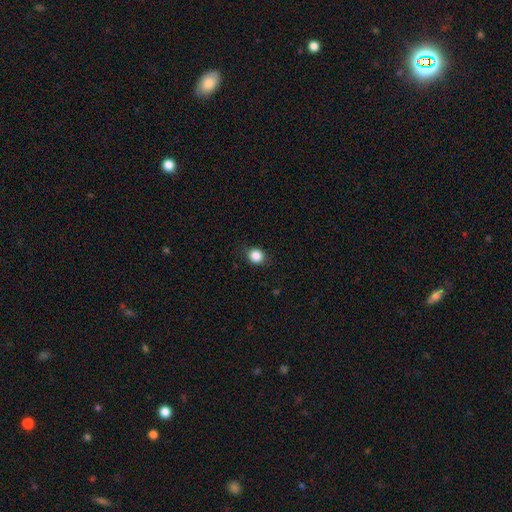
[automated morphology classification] This appears to be a smooth galaxy with no disk features (86%) that is round (79%). Merging: none (86%).